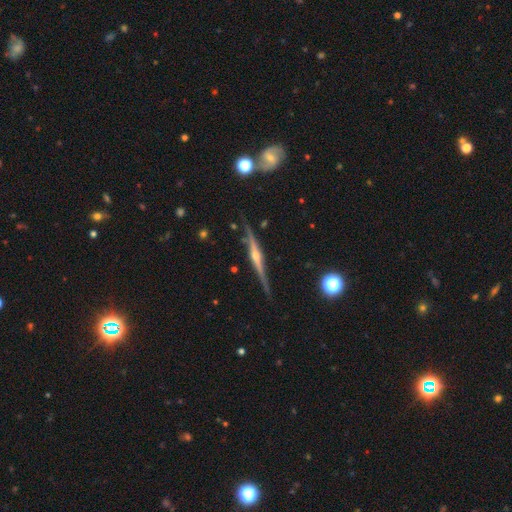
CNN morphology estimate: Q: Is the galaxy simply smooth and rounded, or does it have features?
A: featured or disk — 85%.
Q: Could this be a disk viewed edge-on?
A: yes — 98%.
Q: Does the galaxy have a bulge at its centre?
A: rounded — 89%.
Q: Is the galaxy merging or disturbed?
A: none — 84%.